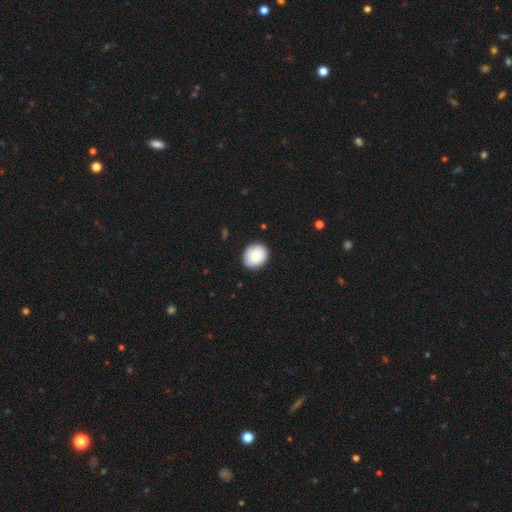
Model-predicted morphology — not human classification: A smooth galaxy with no disk features (82%) that is round (71%). Merging: none (87%).